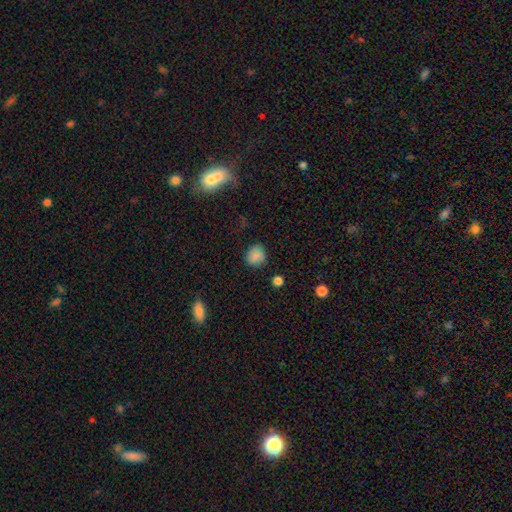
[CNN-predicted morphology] A smooth galaxy with no disk features (84%) that is round (79%). Merging: none (80%).